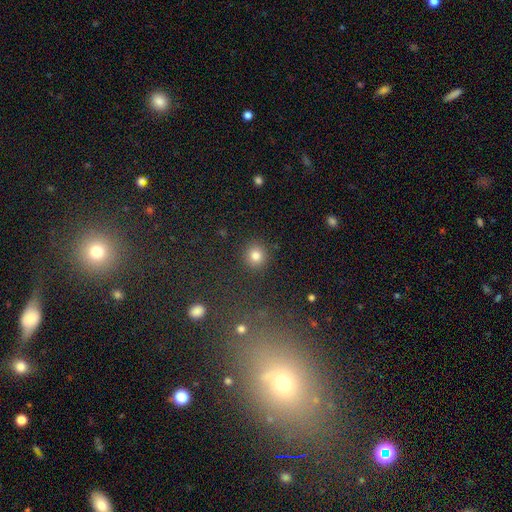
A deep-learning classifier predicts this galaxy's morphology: Q: Smooth or featured?
A: smooth (81%); runner-up: star or artifact (13%)
Q: How rounded?
A: round (91%); runner-up: in between (8%)
Q: Merging?
A: none (90%); runner-up: minor disturbance (6%)